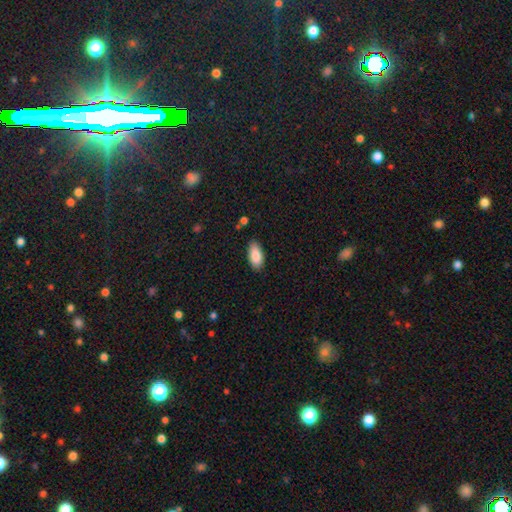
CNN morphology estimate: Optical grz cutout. It shows a smooth galaxy with no disk features (88%) that is in between round and cigar-shaped (91%). Merging: none (85%).